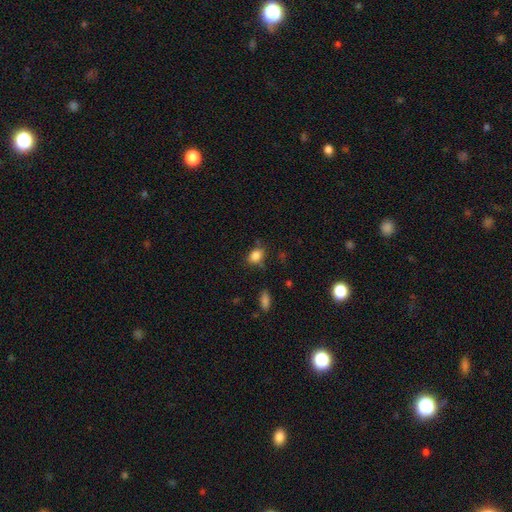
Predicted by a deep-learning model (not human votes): smooth 84%, star or artifact 10%, featured or disk 6%. Down the decision tree: how rounded — in between (73%); merging — none (72%).